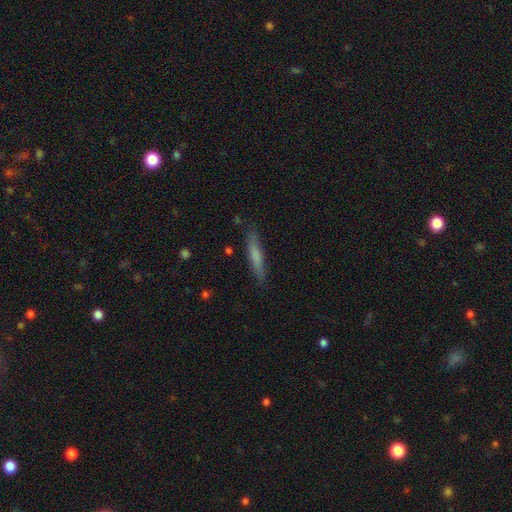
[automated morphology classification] Overall: smooth (67%). How rounded: cigar-shaped (90%). Merging: none (86%).